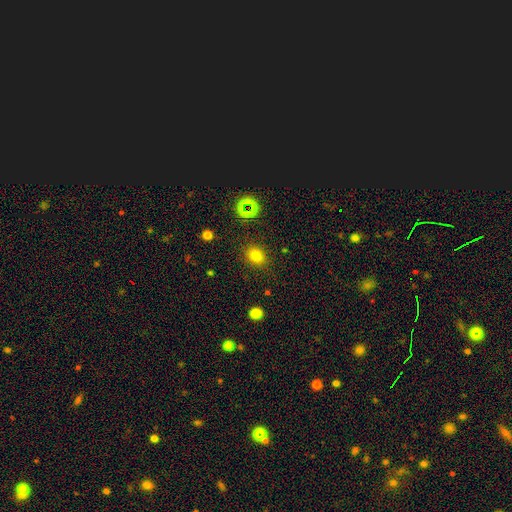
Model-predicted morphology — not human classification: type=smooth (77%); roundness=round (54%); merging=none (85%).